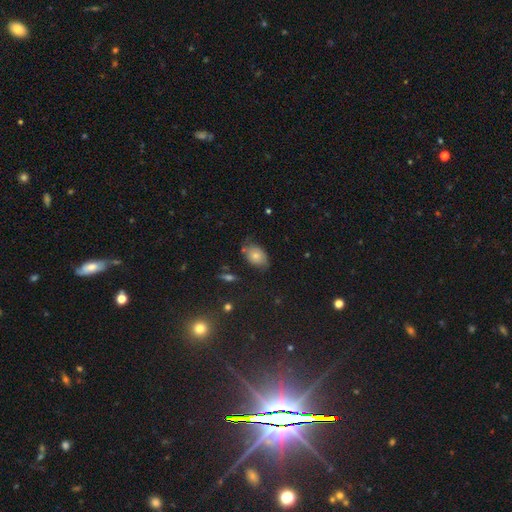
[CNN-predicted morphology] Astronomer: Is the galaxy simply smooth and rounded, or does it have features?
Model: smooth — 66%.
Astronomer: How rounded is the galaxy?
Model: in between — 80%.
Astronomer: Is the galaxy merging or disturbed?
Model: none — 59%.